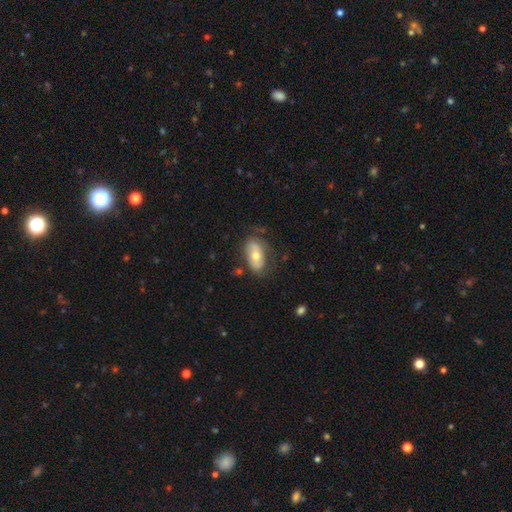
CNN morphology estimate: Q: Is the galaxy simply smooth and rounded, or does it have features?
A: smooth — 53%.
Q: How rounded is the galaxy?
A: in between — 90%.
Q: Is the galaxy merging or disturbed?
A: none — 63%.